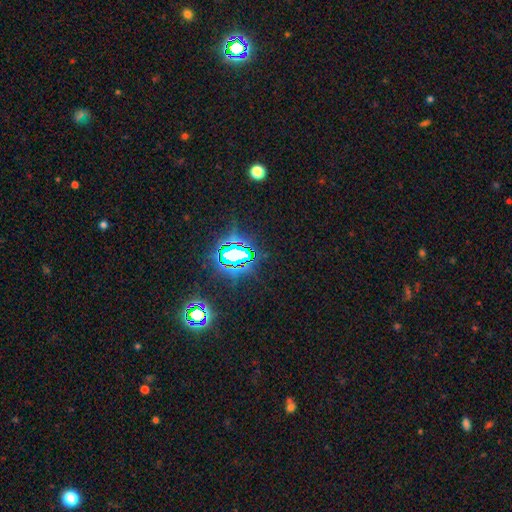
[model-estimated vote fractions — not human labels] Overall: star or artifact (83%).